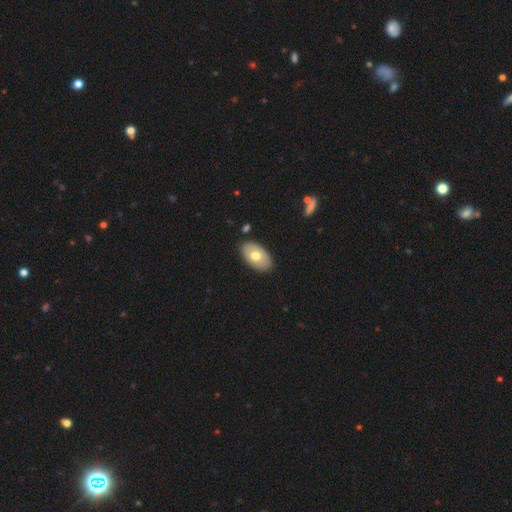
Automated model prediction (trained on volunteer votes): A smooth galaxy with no disk features (64%) that is in between round and cigar-shaped (94%). Merging: none (86%).